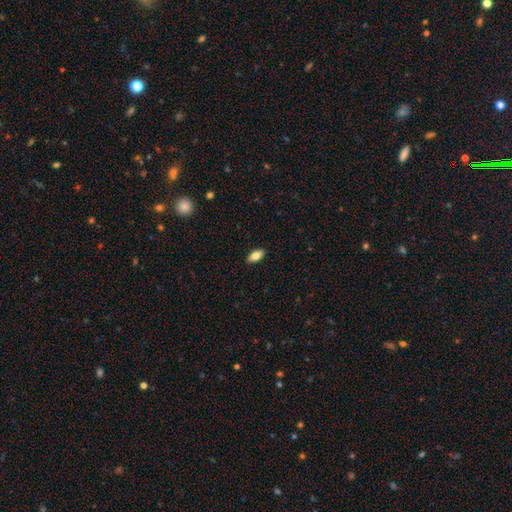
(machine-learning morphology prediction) This appears to be a smooth galaxy with no disk features (80%) that is in between round and cigar-shaped (89%). Merging: none (89%).